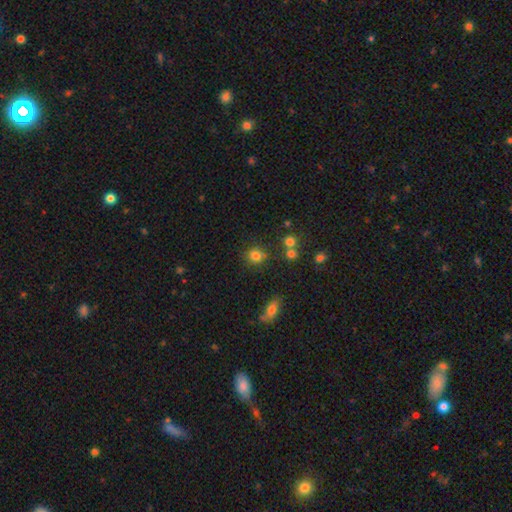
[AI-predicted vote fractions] Morphology: type=smooth (79%); roundness=round (82%); merging=none (72%).